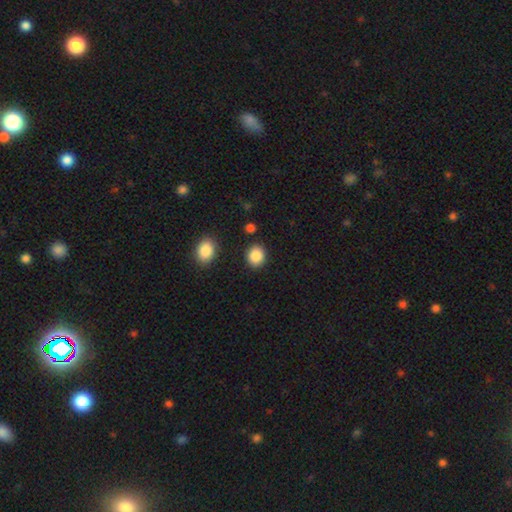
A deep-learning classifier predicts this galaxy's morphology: Smooth or featured?
  - smooth: 88% *
  - star or artifact: 8%
  - featured or disk: 4%
How rounded?
  - round: 64% *
  - in between: 35%
  - cigar-shaped: 1%
Merging?
  - none: 87% *
  - minor disturbance: 8%
  - merger: 3%
  - major disturbance: 2%